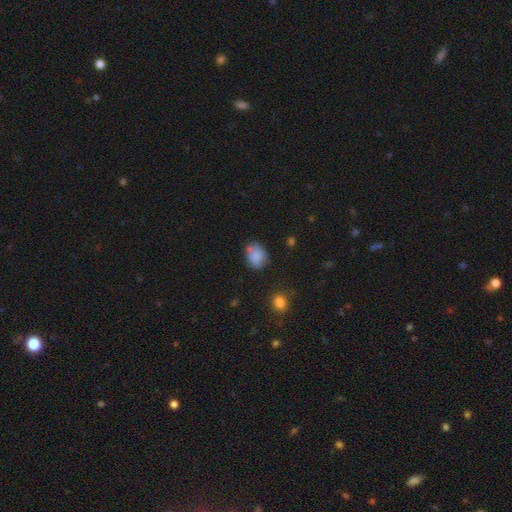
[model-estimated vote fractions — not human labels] Smooth or featured: smooth — 80% (featured or disk — 11%)
How rounded: in between — 56% (round — 43%)
Merging: none — 61% (minor disturbance — 24%)